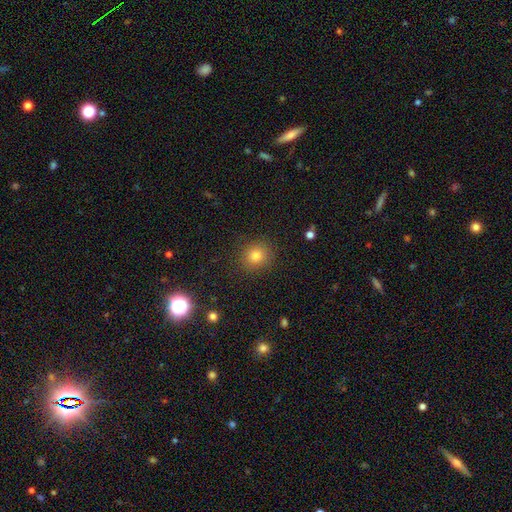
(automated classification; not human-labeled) Overall: smooth (79%). How rounded: round (85%). Merging: none (89%).